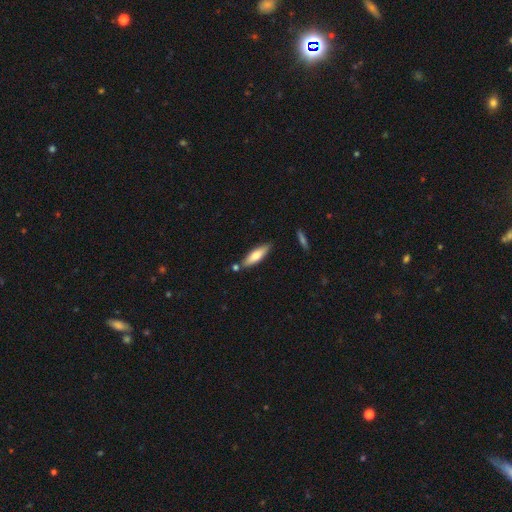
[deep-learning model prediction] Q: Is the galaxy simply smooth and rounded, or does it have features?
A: smooth — 68%.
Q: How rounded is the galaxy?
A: cigar-shaped — 62%.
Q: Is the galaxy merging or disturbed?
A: none — 78%.